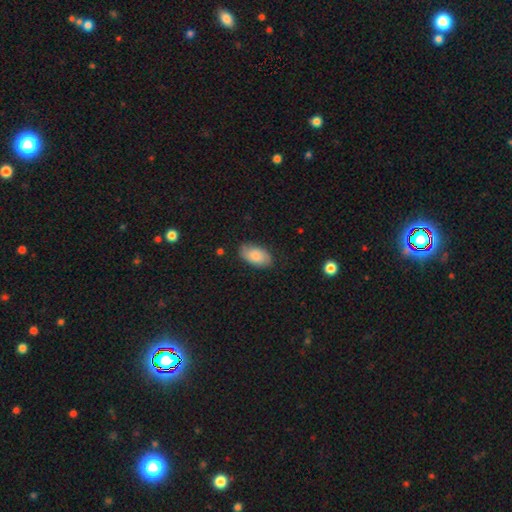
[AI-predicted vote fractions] smooth_or_featured: smooth (p=0.79) [alt: featured or disk p=0.15]
how_rounded: in between (p=0.95) [alt: round p=0.03]
merging: none (p=0.79) [alt: minor disturbance p=0.16]